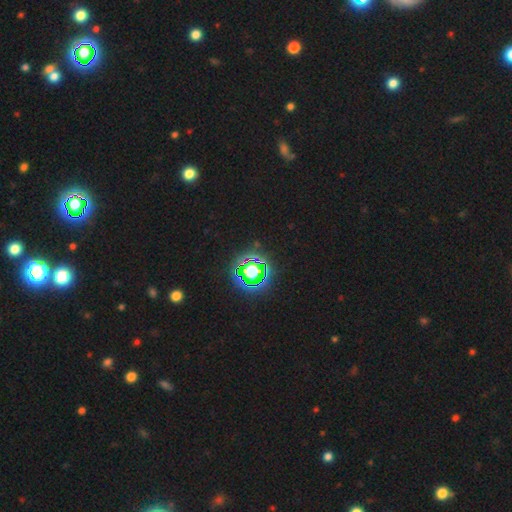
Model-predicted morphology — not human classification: smooth-or-featured: star or artifact: 80% | smooth: 13% | featured or disk: 7%